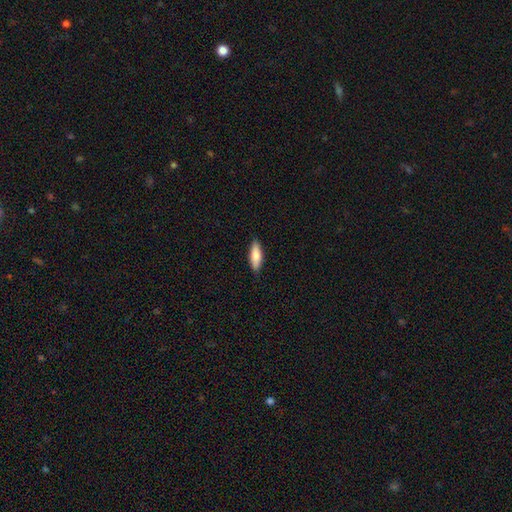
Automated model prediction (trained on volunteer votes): A smooth galaxy with no disk features (82%) that is in between round and cigar-shaped (54%).

Vote fractions:
- Smooth or featured? smooth: 82% / featured or disk: 12% / star or artifact: 6%
- How rounded? in between: 54% / cigar-shaped: 44% / round: 2%
- Merging? none: 88% / minor disturbance: 9% / major disturbance: 2% / merger: 1%